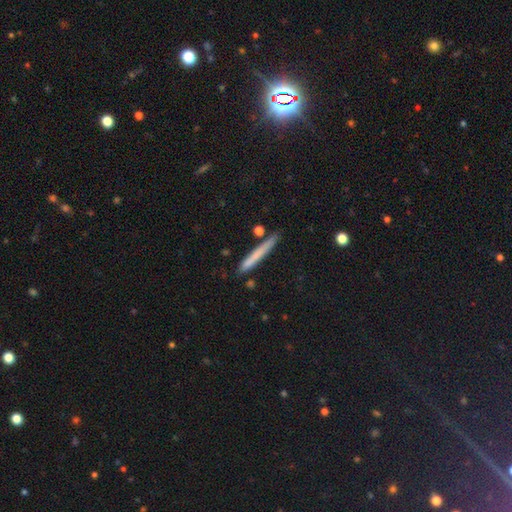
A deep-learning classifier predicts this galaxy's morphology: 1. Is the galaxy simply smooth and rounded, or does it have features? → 68% smooth, 26% featured or disk, 7% star or artifact.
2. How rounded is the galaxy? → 96% cigar-shaped, 2% in between, 1% round.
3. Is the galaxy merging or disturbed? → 83% none, 11% minor disturbance, 4% merger, 2% major disturbance.